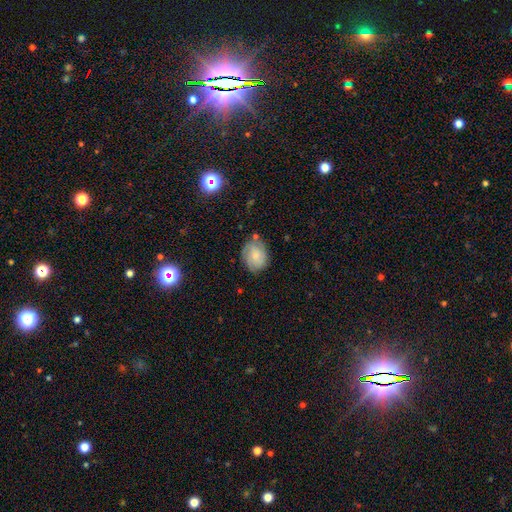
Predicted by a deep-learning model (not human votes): The model was most divided on "how rounded": round: 50%, in between: 49%, cigar-shaped: 1%. More confident: merging — none (69%); smooth or featured — smooth (57%).